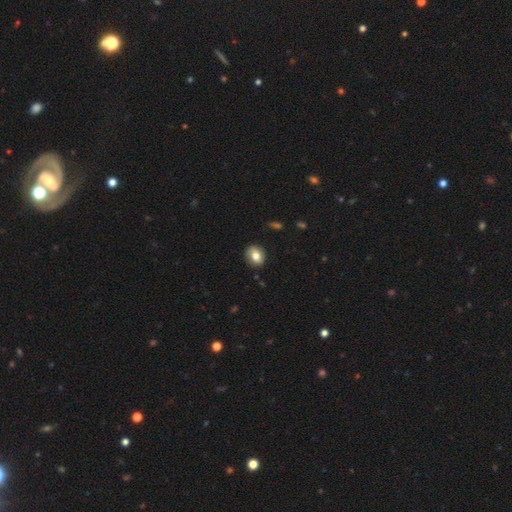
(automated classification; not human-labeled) Morphology: type=smooth (74%); roundness=round (58%); merging=none (81%).